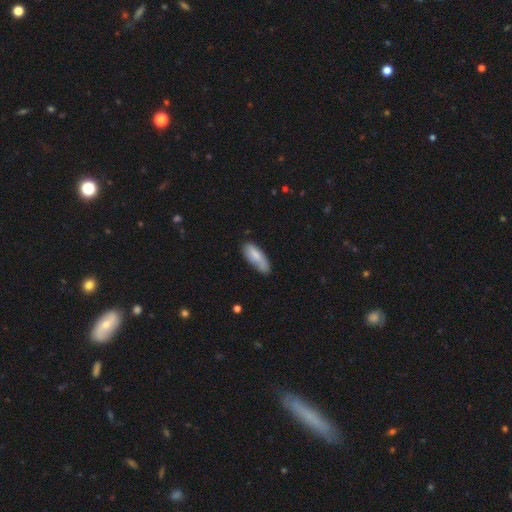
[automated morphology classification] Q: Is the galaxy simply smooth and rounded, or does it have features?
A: smooth — 76%.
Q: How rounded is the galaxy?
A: in between — 70%.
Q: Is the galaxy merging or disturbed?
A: none — 54%.